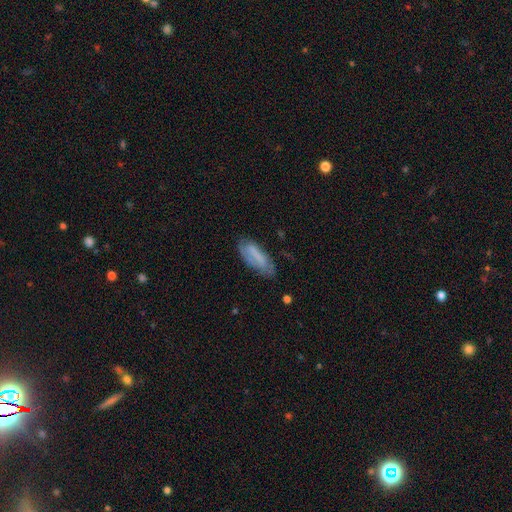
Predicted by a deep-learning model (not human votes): Morphology: type=smooth (58%); roundness=in between (61%); merging=none (64%).